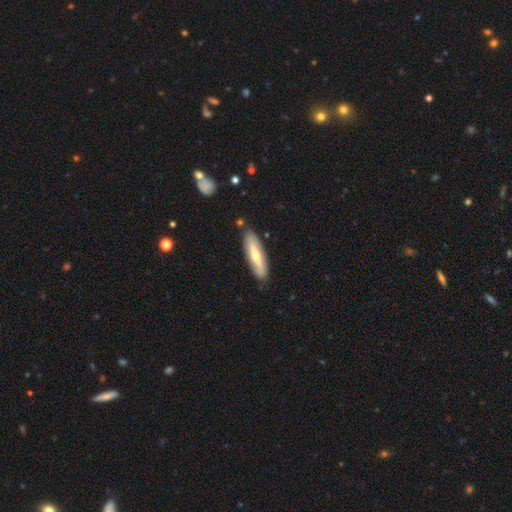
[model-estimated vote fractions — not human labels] A featured or disk galaxy (54%) viewed edge-on (55%). Merging: none (85%).